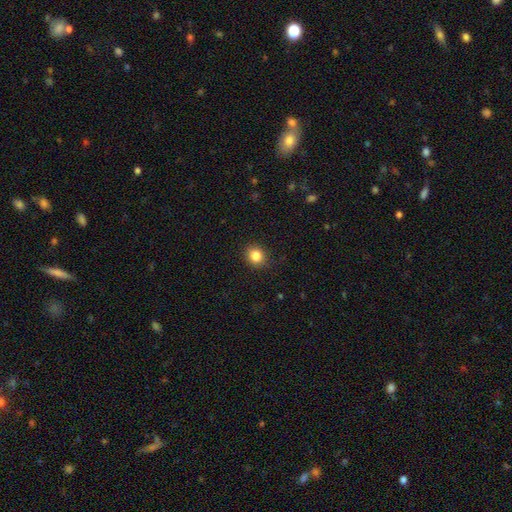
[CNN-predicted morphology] The model was most divided on "how rounded": round: 74%, in between: 25%, cigar-shaped: 1%. More confident: merging — none (90%); smooth or featured — smooth (85%).